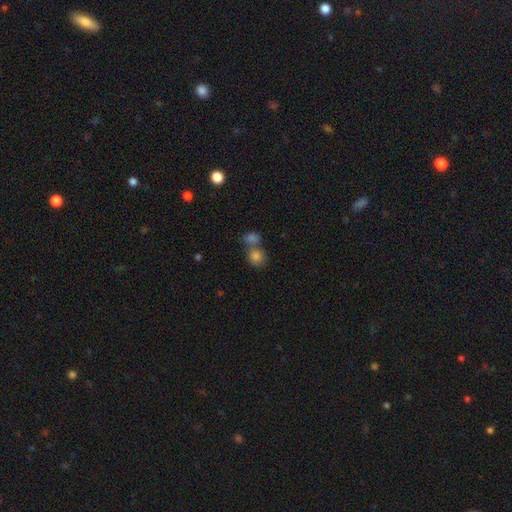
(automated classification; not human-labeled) The model was most divided on "merging": merger: 46%, none: 43%, minor disturbance: 8%, major disturbance: 3%. More confident: smooth or featured — smooth (82%); how rounded — round (73%).